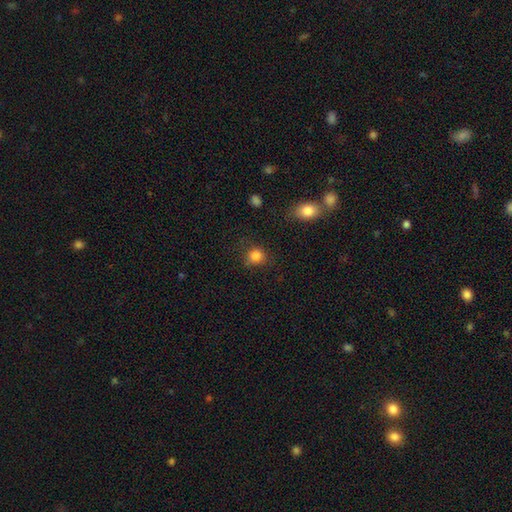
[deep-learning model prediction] A smooth galaxy with no disk features (83%) that is round (80%). Merging: none (73%).